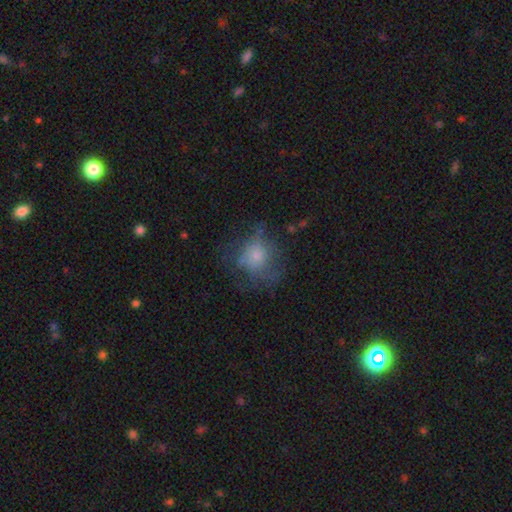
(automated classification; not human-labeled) Q: Smooth or featured?
A: smooth (61%); runner-up: featured or disk (27%)
Q: How rounded?
A: round (73%); runner-up: in between (26%)
Q: Merging?
A: none (48%); runner-up: major disturbance (26%)